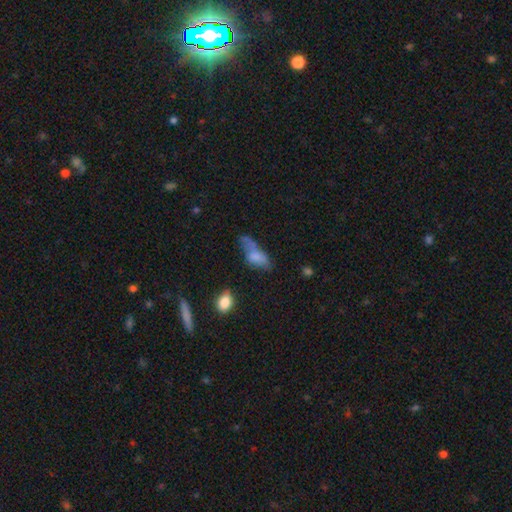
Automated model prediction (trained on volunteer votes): Q: Smooth or featured?
A: smooth (67%); runner-up: featured or disk (23%)
Q: How rounded?
A: in between (81%); runner-up: cigar-shaped (15%)
Q: Merging?
A: major disturbance (31%); runner-up: minor disturbance (29%)